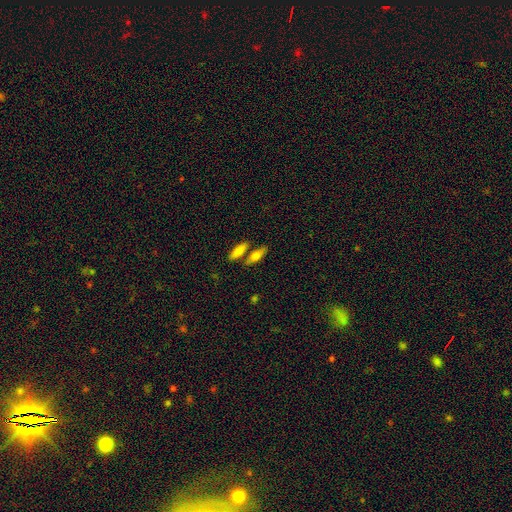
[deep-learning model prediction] smooth_or_featured: smooth (p=0.66) [alt: featured or disk p=0.27]
how_rounded: cigar-shaped (p=0.52) [alt: in between p=0.45]
merging: none (p=0.63) [alt: merger p=0.23]